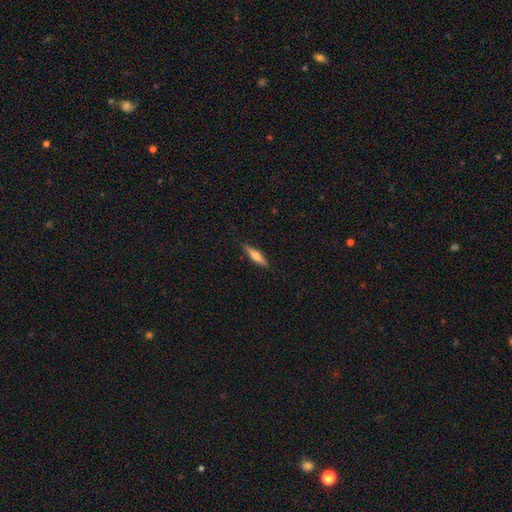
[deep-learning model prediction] smooth 49%, featured or disk 45%, star or artifact 6%. Down the decision tree: merging — none (89%).